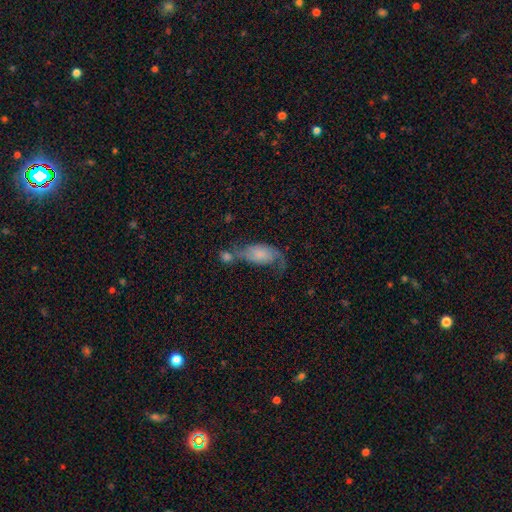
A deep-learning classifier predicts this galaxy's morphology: Overall: featured or disk (47%; smooth 40%). Merging: none (30%; merger 27%).